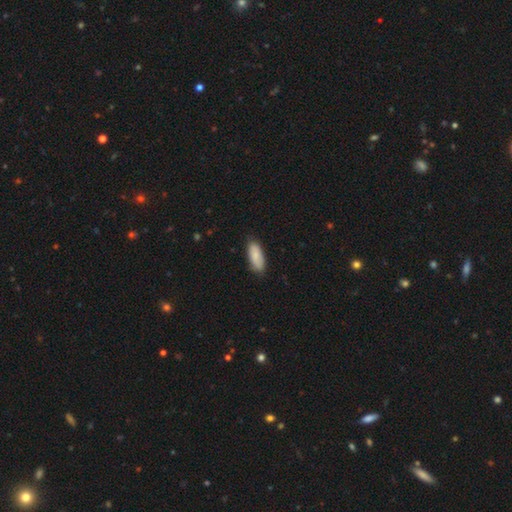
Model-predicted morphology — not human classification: smooth-or-featured: smooth: 85% | featured or disk: 10% | star or artifact: 6%
  how-rounded: in between: 81% | cigar-shaped: 17% | round: 2%
  merging: none: 81% | minor disturbance: 16% | major disturbance: 2% | merger: 1%